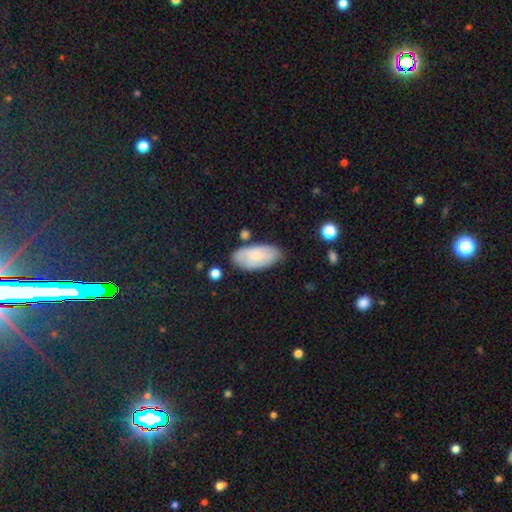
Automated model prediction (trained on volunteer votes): Smooth or featured? smooth (72%)
How rounded? in between (94%)
Merging? none (75%)